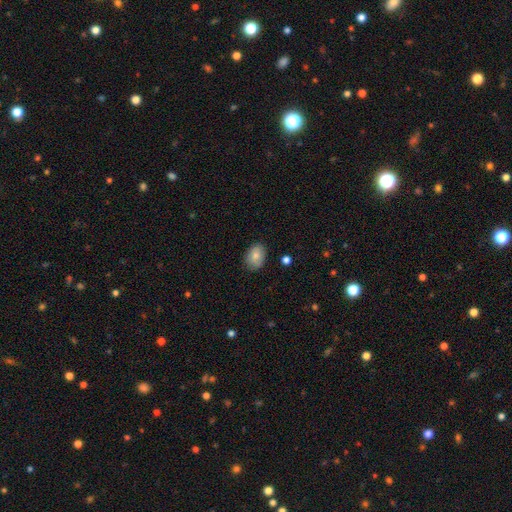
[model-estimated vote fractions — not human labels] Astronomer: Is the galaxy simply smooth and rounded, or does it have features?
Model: smooth — 80%.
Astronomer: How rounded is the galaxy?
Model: in between — 77%.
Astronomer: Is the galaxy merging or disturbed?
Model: none — 81%.